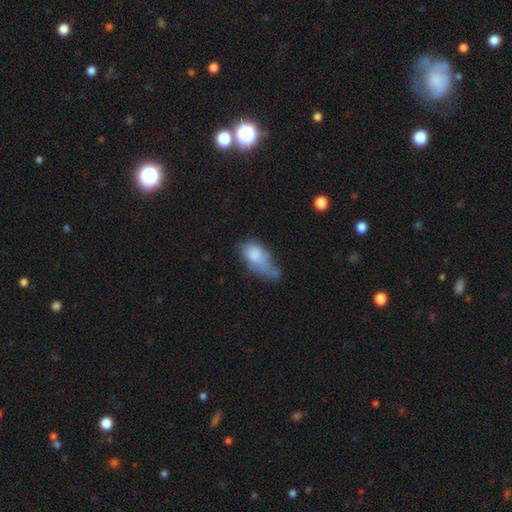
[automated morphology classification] A smooth galaxy with no disk features (71%) that is in between round and cigar-shaped (87%). Merging: major disturbance (33%).